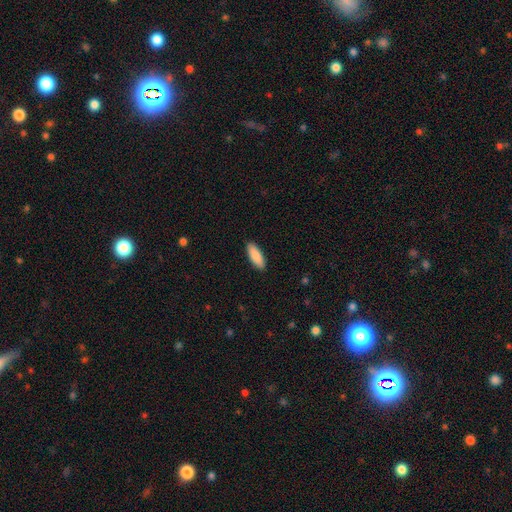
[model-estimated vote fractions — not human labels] This is clearly a smooth galaxy (89%). How rounded: likely in between (69%). Merging: clearly none (91%).